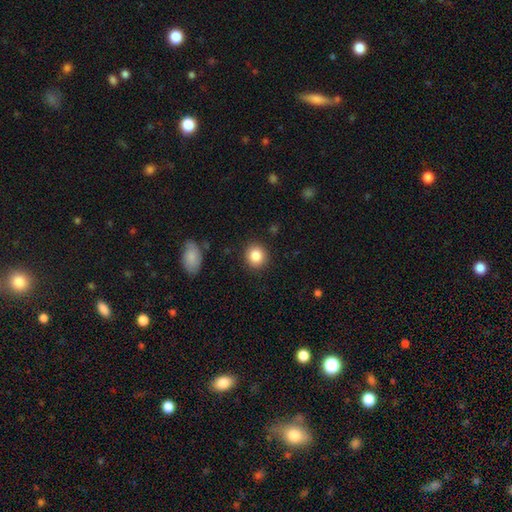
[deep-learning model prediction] This is clearly a smooth galaxy (86%). How rounded: clearly round (86%). Merging: clearly none (90%).